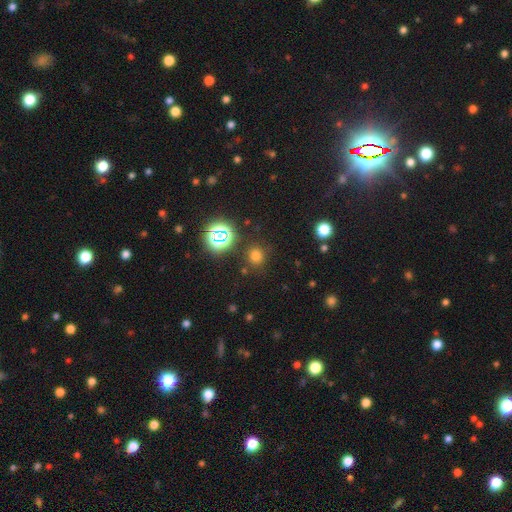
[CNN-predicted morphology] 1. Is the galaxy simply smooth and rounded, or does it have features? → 69% smooth, 25% star or artifact, 6% featured or disk.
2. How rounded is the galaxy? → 86% round, 13% in between, 1% cigar-shaped.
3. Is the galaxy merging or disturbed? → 84% none, 9% minor disturbance, 4% major disturbance, 4% merger.